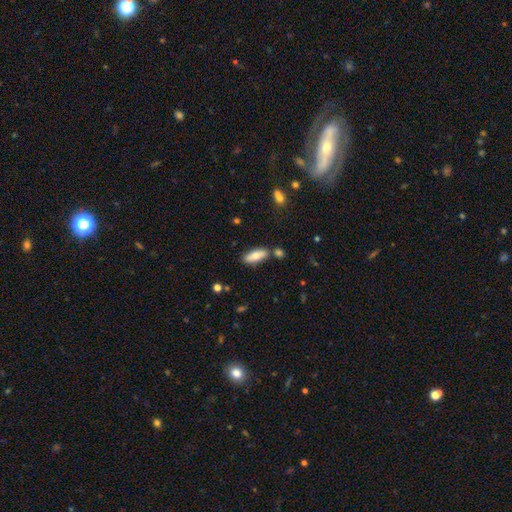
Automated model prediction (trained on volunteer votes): A smooth galaxy with no disk features (76%) that is in between round and cigar-shaped (68%). Merging: none (78%).